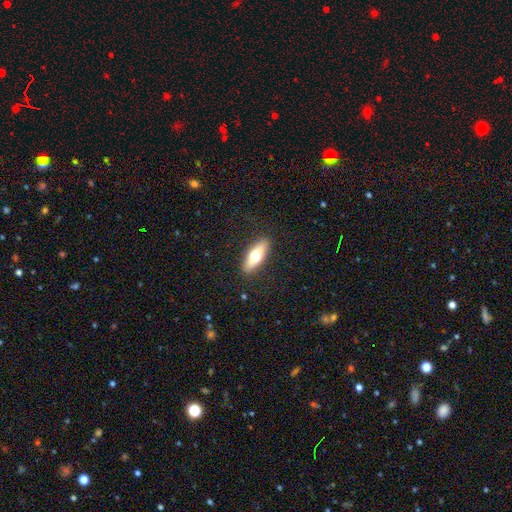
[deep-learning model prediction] Q: Smooth or featured?
A: smooth (59%); runner-up: featured or disk (35%)
Q: How rounded?
A: in between (49%); runner-up: cigar-shaped (48%)
Q: Merging?
A: none (88%); runner-up: minor disturbance (8%)